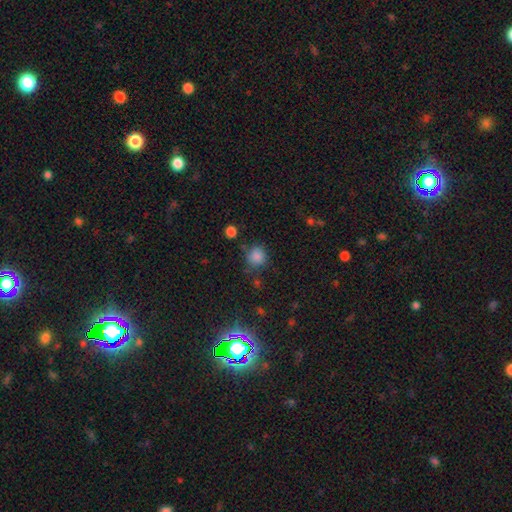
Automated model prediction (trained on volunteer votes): A smooth galaxy with no disk features (80%) that is round (84%). Merging: none (69%).